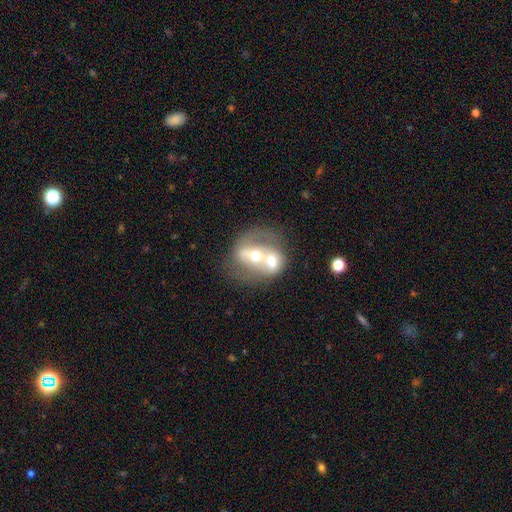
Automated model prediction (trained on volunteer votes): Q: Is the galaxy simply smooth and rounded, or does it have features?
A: featured or disk — 63%.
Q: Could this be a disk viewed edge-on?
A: no — 95%.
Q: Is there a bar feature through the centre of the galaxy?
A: no — 54%.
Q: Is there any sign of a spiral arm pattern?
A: no — 56%.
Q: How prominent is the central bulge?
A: moderate — 66%.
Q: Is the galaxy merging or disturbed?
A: merger — 64%.